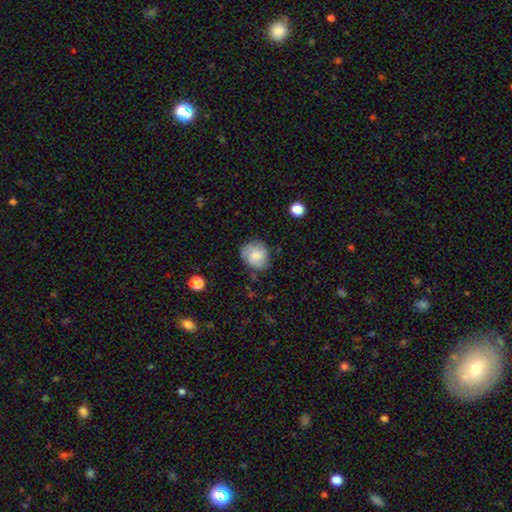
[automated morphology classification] smooth-or-featured: smooth: 52% | featured or disk: 40% | star or artifact: 8%
  how-rounded: round: 70% | in between: 29% | cigar-shaped: 1%
  merging: none: 71% | minor disturbance: 21% | major disturbance: 7% | merger: 2%